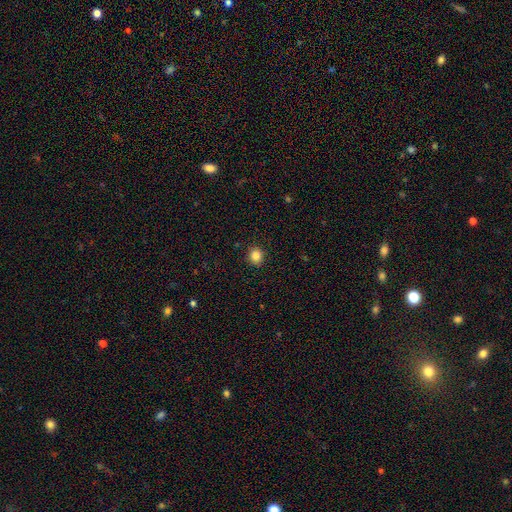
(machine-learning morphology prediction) smooth_or_featured: smooth (p=0.85) [alt: star or artifact p=0.11]
how_rounded: round (p=0.85) [alt: in between p=0.14]
merging: none (p=0.91) [alt: minor disturbance p=0.06]